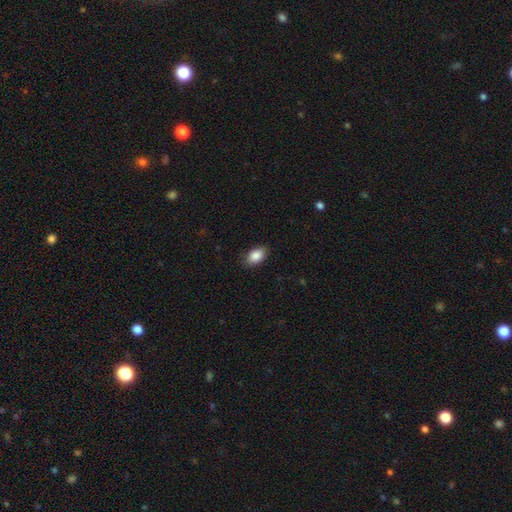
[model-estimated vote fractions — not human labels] smooth-or-featured: smooth: 88% | star or artifact: 7% | featured or disk: 5%
  how-rounded: in between: 90% | round: 8% | cigar-shaped: 2%
  merging: none: 86% | minor disturbance: 11% | major disturbance: 2% | merger: 1%